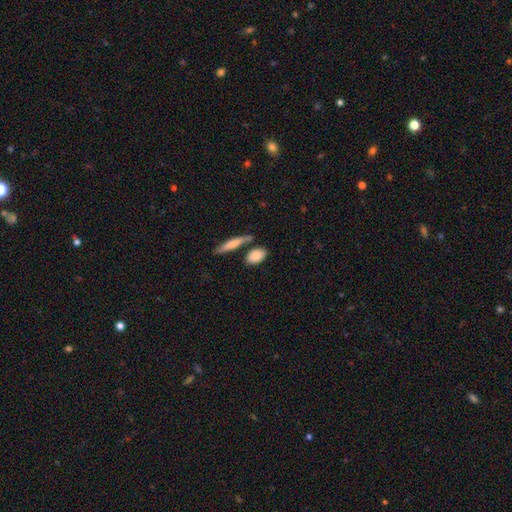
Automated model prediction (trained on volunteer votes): This appears to be a smooth galaxy with no disk features (84%) that is in between round and cigar-shaped (83%). Merging: none (65%).